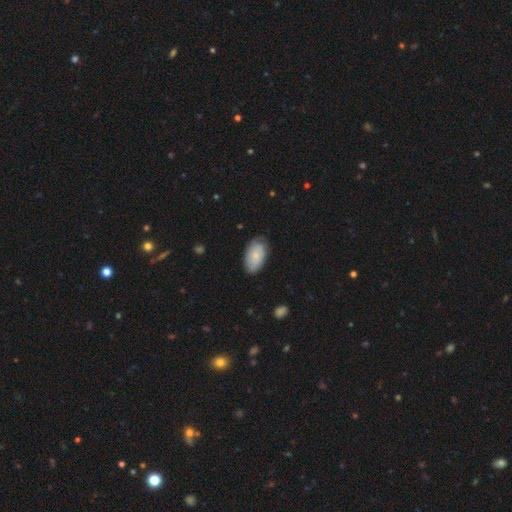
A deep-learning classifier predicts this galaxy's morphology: Smooth or featured? smooth (62%)
How rounded? in between (94%)
Merging? none (70%)